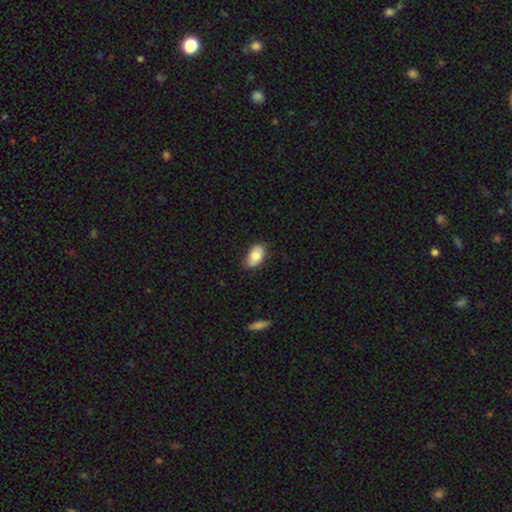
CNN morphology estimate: Smooth or featured? Predicted: smooth (p=0.78). How rounded? Predicted: in between (p=0.92). Merging? Predicted: none (p=0.75).